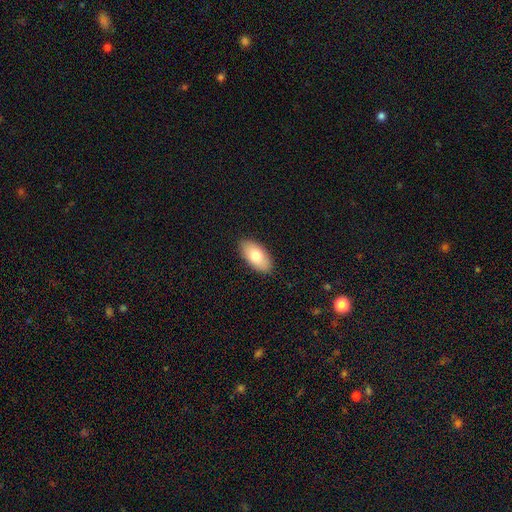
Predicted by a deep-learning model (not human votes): The model was most divided on "smooth or featured": smooth: 81%, featured or disk: 13%, star or artifact: 6%. More confident: how rounded — in between (94%); merging — none (89%).